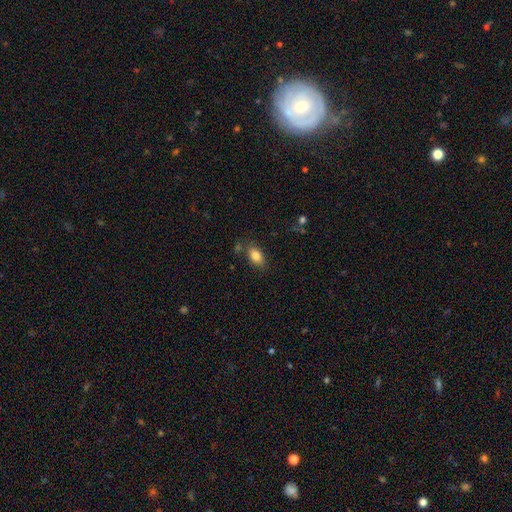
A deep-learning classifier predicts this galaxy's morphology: Smooth or featured: smooth — 83% (featured or disk — 9%)
How rounded: in between — 89% (round — 8%)
Merging: none — 76% (minor disturbance — 15%)